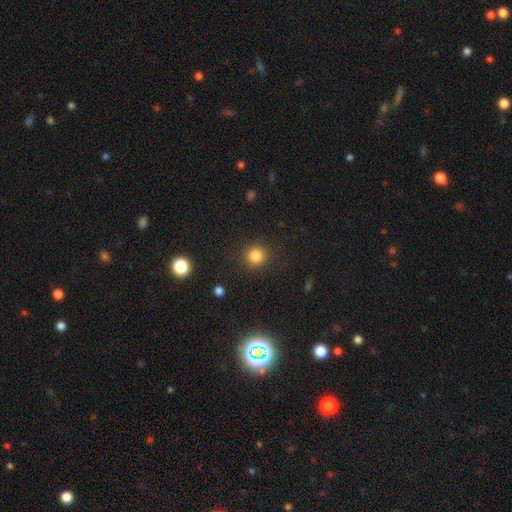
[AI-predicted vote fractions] Smooth or featured?
  - smooth: 84% *
  - star or artifact: 12%
  - featured or disk: 5%
How rounded?
  - round: 93% *
  - in between: 6%
  - cigar-shaped: 1%
Merging?
  - none: 90% *
  - minor disturbance: 6%
  - major disturbance: 3%
  - merger: 1%